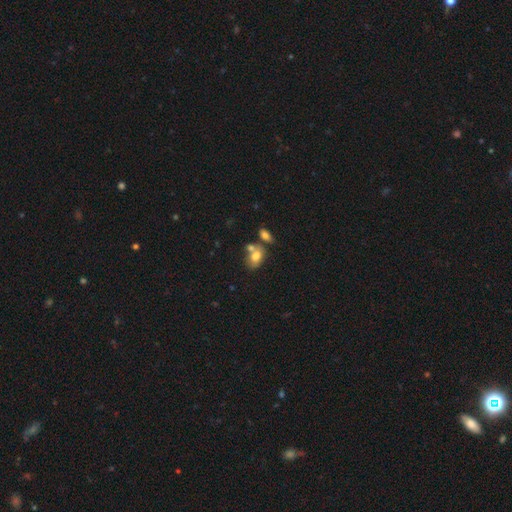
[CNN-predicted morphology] Smooth or featured? Predicted: smooth (p=0.76). How rounded? Predicted: in between (p=0.80). Merging? Predicted: none (p=0.43).